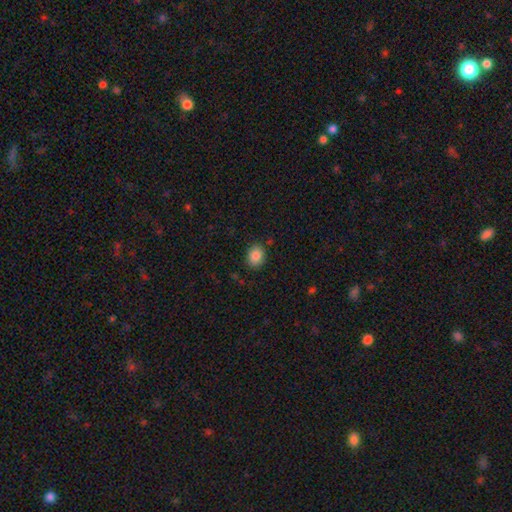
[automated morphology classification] This appears to be a smooth galaxy with no disk features (86%) that is in between round and cigar-shaped (55%). Merging: none (86%).